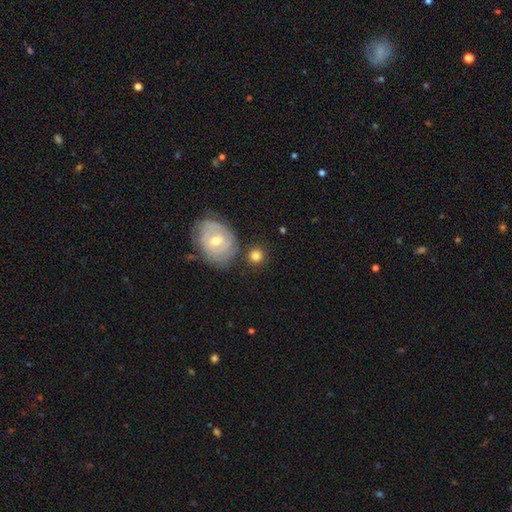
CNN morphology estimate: Smooth or featured: smooth — 77% (featured or disk — 16%)
How rounded: round — 87% (in between — 12%)
Merging: none — 77% (minor disturbance — 11%)